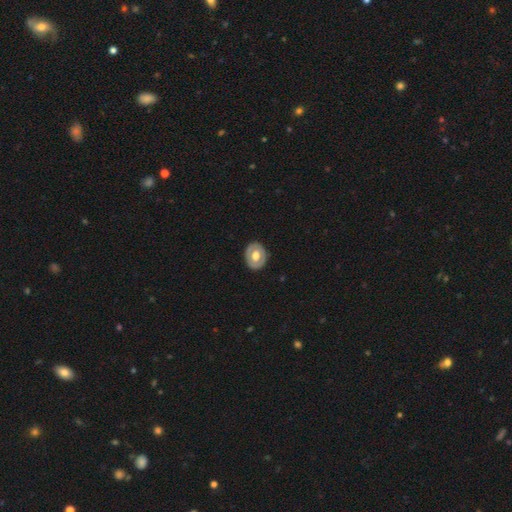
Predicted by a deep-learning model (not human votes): smooth-or-featured: smooth: 49% | featured or disk: 46% | star or artifact: 5%
  merging: none: 86% | minor disturbance: 10% | major disturbance: 3% | merger: 1%